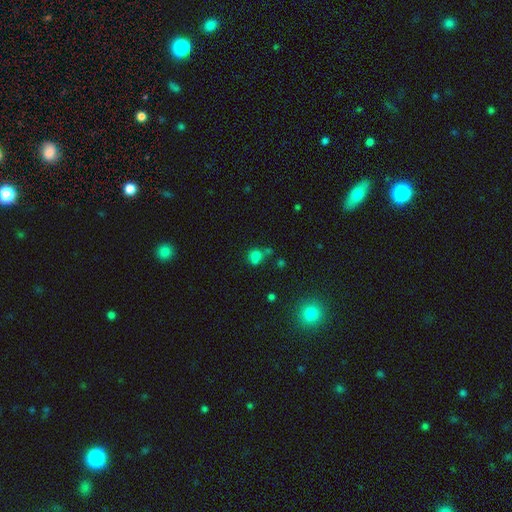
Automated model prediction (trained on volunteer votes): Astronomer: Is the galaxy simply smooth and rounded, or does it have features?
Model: smooth — 74%.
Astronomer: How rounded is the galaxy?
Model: round — 71%.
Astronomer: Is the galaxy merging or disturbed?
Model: none — 50%.